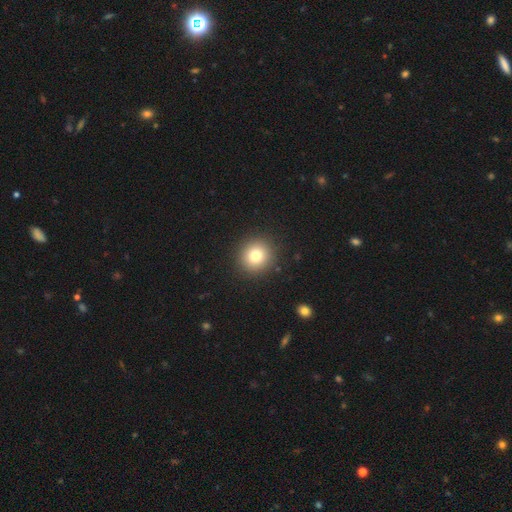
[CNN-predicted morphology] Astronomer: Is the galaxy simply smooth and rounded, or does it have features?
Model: smooth — 79%.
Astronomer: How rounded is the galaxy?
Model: round — 91%.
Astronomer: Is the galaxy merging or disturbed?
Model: none — 91%.